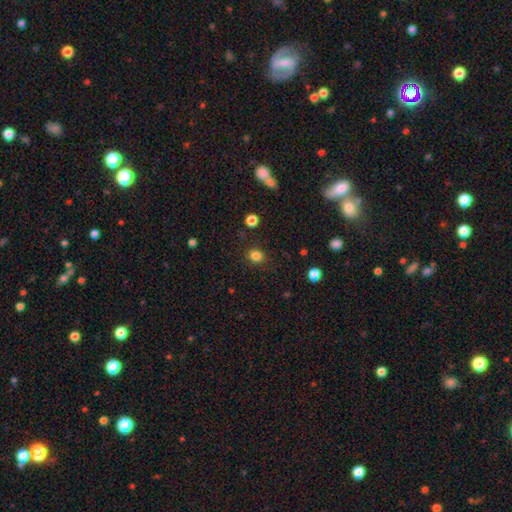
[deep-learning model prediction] Smooth or featured? smooth (83%)
How rounded? round (75%)
Merging? none (86%)